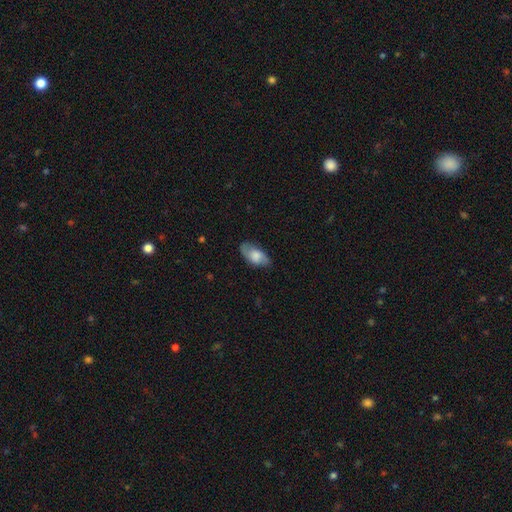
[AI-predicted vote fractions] This is likely a smooth galaxy (64%). How rounded: clearly in between (91%). Merging: likely none (74%).